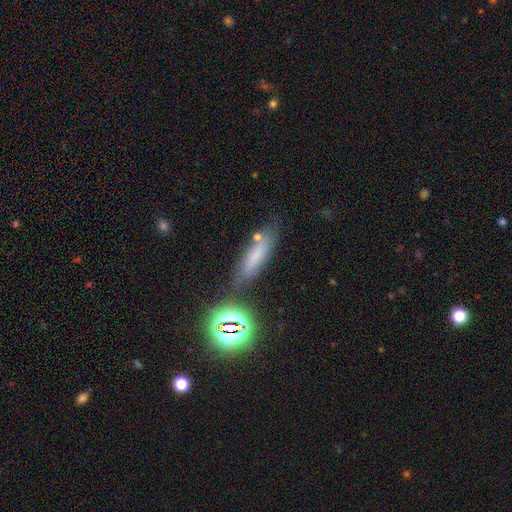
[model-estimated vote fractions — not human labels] smooth-or-featured: smooth: 63% | star or artifact: 20% | featured or disk: 17%
  how-rounded: cigar-shaped: 69% | in between: 26% | round: 4%
  merging: none: 70% | minor disturbance: 16% | merger: 9% | major disturbance: 5%